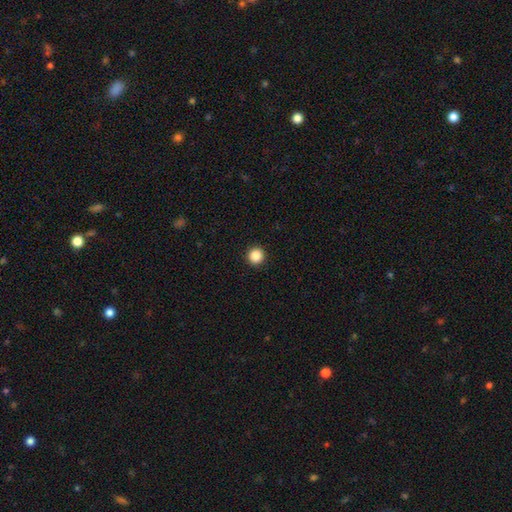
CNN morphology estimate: smooth-or-featured: smooth: 88% | star or artifact: 10% | featured or disk: 2%
  how-rounded: round: 95% | in between: 4% | cigar-shaped: 1%
  merging: none: 93% | minor disturbance: 4% | major disturbance: 2% | merger: 1%